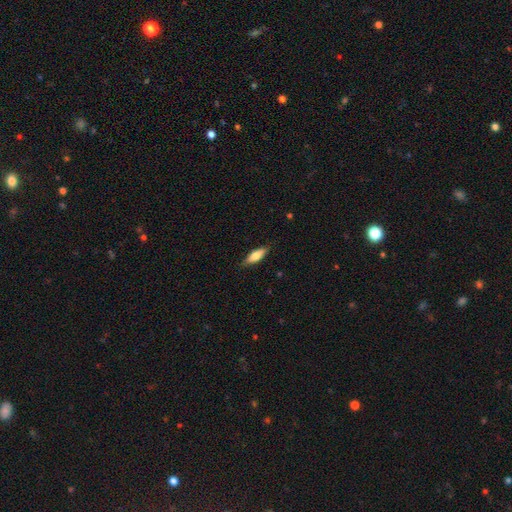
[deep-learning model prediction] smooth-or-featured: smooth: 71% | featured or disk: 23% | star or artifact: 6%
  how-rounded: in between: 60% | cigar-shaped: 38% | round: 2%
  merging: none: 83% | minor disturbance: 14% | major disturbance: 2% | merger: 1%